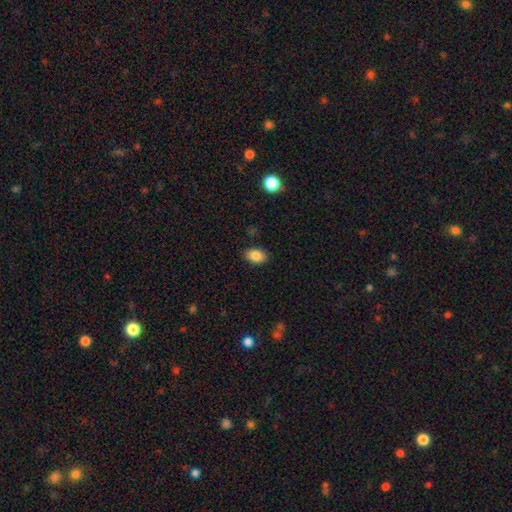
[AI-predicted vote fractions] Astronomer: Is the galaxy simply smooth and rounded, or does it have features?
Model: smooth — 85%.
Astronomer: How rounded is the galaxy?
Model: in between — 82%.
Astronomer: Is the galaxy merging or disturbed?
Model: none — 88%.